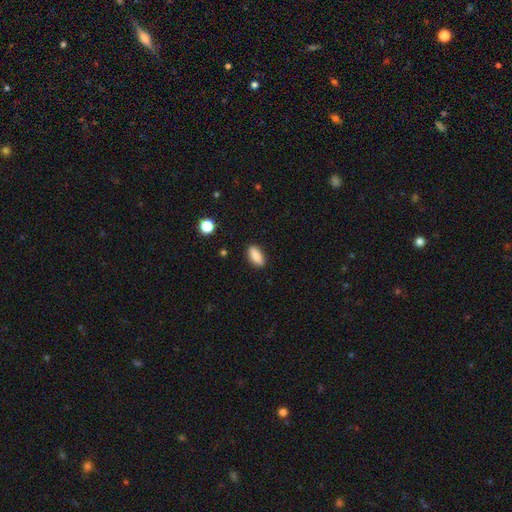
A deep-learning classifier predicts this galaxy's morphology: The model was most divided on "how rounded": in between: 81%, cigar-shaped: 15%, round: 4%. More confident: merging — none (87%); smooth or featured — smooth (86%).